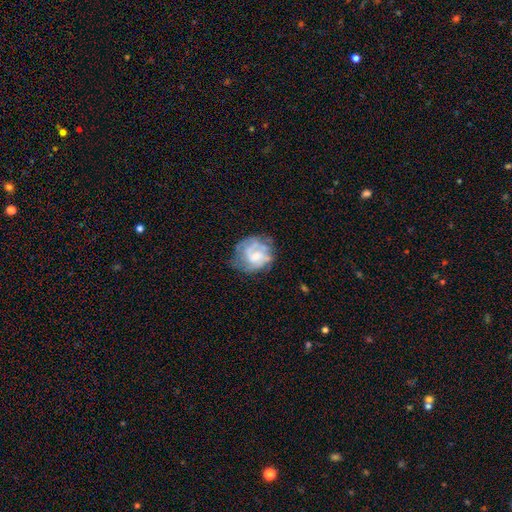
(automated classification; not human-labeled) This is likely a featured or disk galaxy (67%). It is clearly not viewed edge-on (98%). Bar: likely no (60%). Spiral arm pattern: likely yes (73%). Central bulge: marginally small (44%). Merging: possibly none (57%).